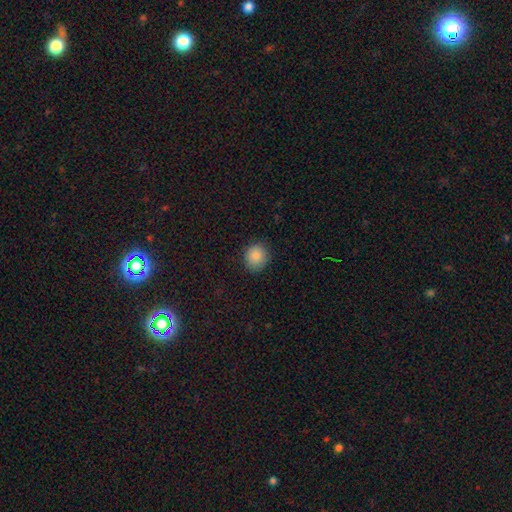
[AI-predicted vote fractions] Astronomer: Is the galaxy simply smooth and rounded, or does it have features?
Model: smooth — 87%.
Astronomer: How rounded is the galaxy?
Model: round — 82%.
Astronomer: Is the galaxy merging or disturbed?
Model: none — 86%.